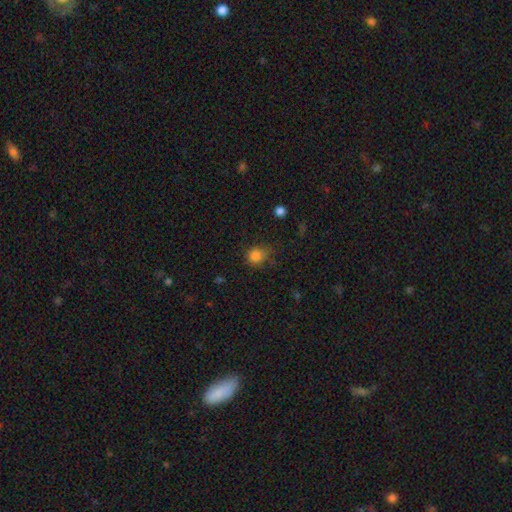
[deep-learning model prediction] A smooth galaxy with no disk features (83%) that is round (81%). Merging: none (68%).